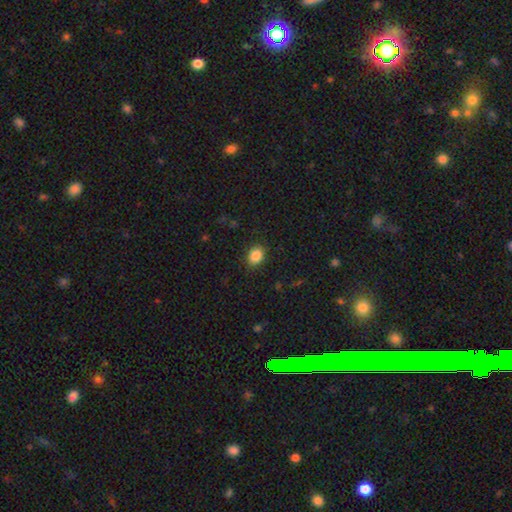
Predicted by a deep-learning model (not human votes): Q: Smooth or featured?
A: smooth (87%); runner-up: star or artifact (9%)
Q: How rounded?
A: in between (58%); runner-up: round (41%)
Q: Merging?
A: none (88%); runner-up: minor disturbance (9%)